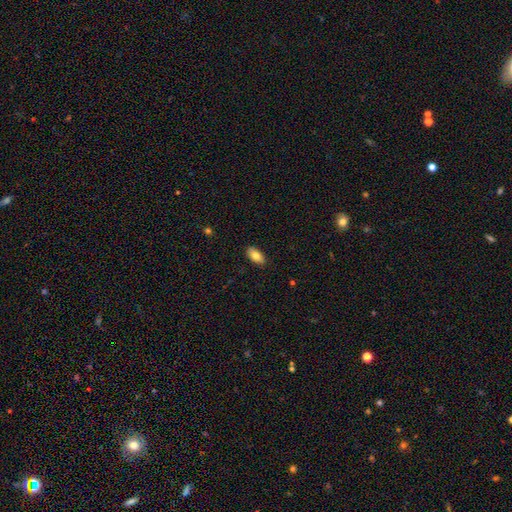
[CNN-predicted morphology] This is clearly a smooth galaxy (81%). How rounded: clearly in between (91%). Merging: clearly none (88%).